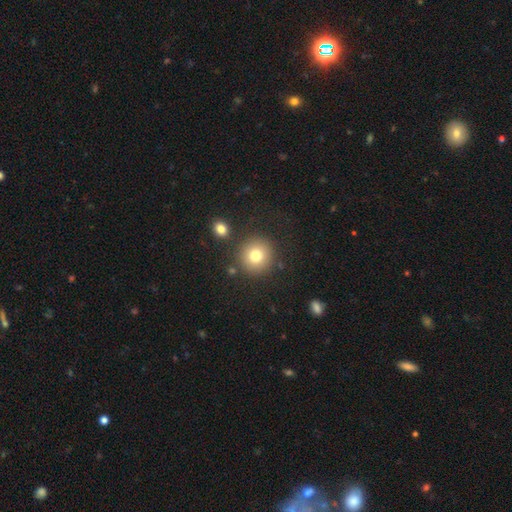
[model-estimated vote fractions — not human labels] This appears to be a smooth galaxy with no disk features (78%) that is round (93%). Merging: none (85%).